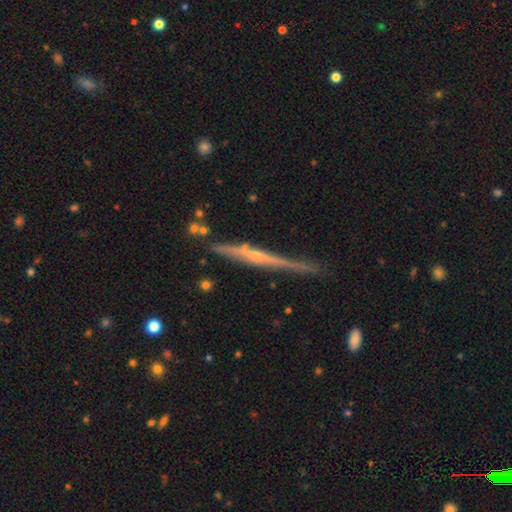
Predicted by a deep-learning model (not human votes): Smooth or featured?
  - featured or disk: 76% *
  - smooth: 17%
  - star or artifact: 6%
Edge-on disk?
  - yes: 97% *
  - no: 3%
Edge-on bulge?
  - rounded: 51% *
  - none: 39%
  - boxy: 10%
Merging?
  - none: 76% *
  - minor disturbance: 17%
  - major disturbance: 4%
  - merger: 3%